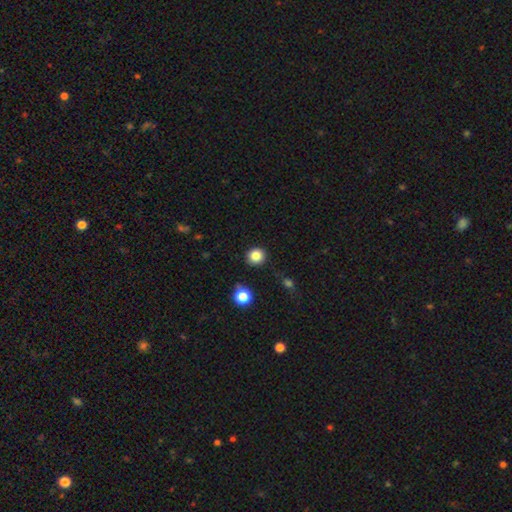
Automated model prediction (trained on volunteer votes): Morphology: type=smooth (84%); roundness=round (91%); merging=none (90%).